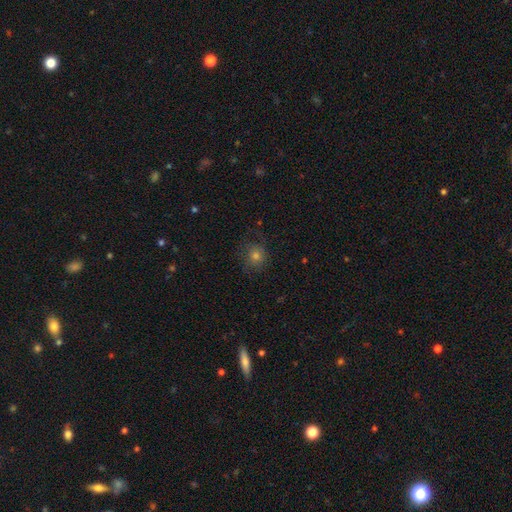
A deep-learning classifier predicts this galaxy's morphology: Overall: smooth (62%). How rounded: round (87%). Merging: none (75%).